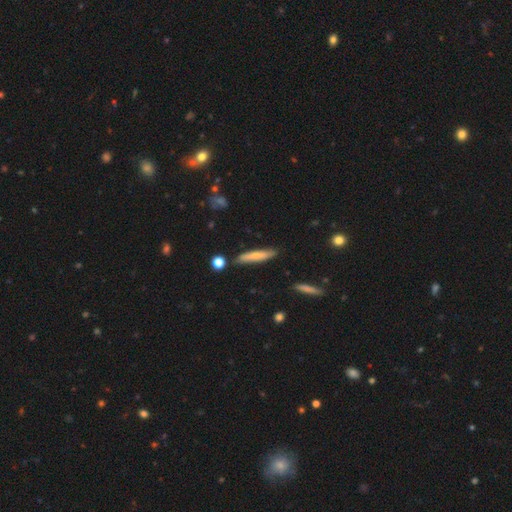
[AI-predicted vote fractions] Smooth or featured? smooth (68%)
How rounded? cigar-shaped (90%)
Merging? none (83%)